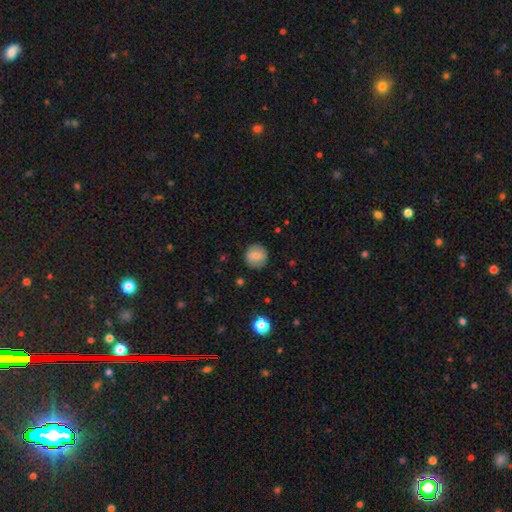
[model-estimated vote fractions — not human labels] This appears to be a smooth galaxy with no disk features (74%) that is round (92%). Merging: none (88%).